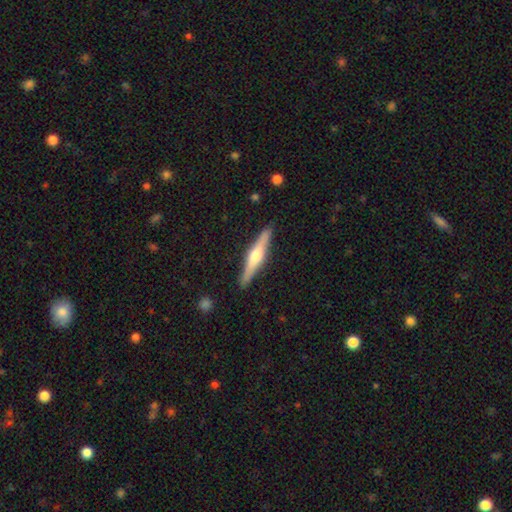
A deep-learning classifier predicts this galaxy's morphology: Smooth or featured: featured or disk — 68% (smooth — 27%)
Edge-on disk: yes — 97% (no — 3%)
Edge-on bulge: rounded — 90% (boxy — 7%)
Merging: none — 90% (minor disturbance — 7%)